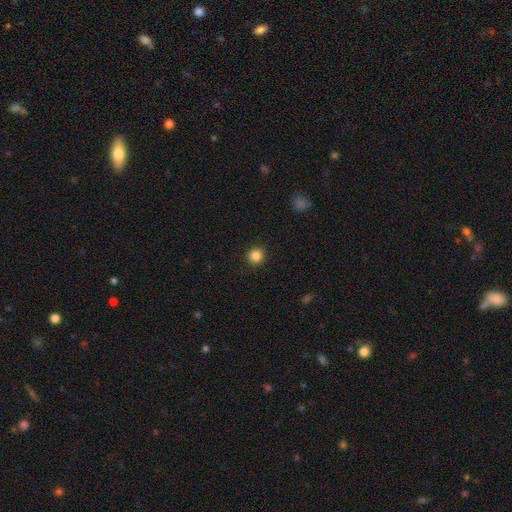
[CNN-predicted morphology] This appears to be a smooth galaxy with no disk features (85%) that is round (93%). Merging: none (92%).